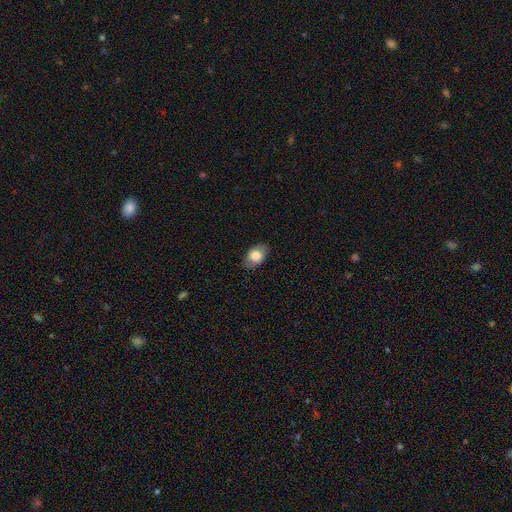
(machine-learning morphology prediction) This appears to be a smooth galaxy with no disk features (78%) that is in between round and cigar-shaped (84%). Merging: none (85%).